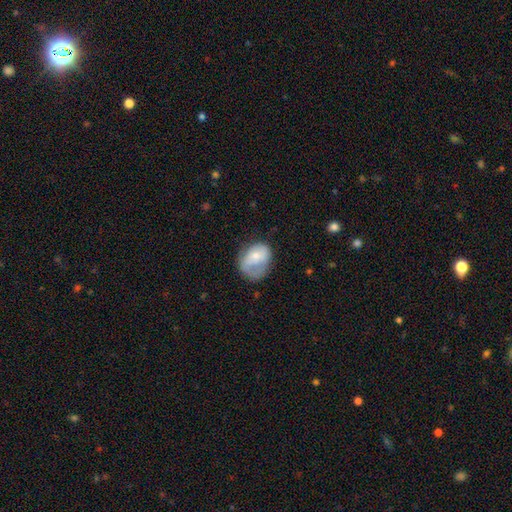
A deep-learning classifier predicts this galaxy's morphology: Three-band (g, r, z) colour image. It shows a smooth galaxy with no disk features (63%) that is in between round and cigar-shaped (60%). Merging: none (34%).